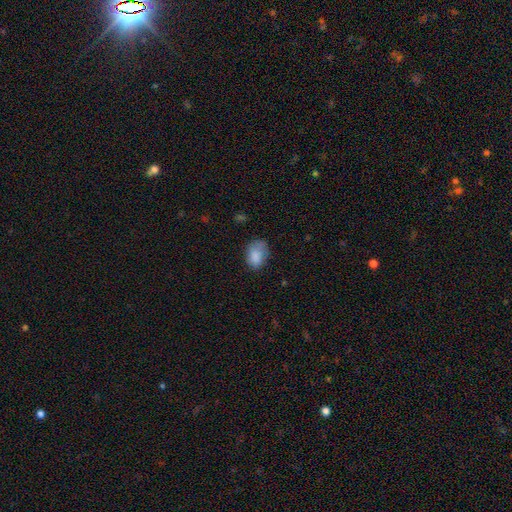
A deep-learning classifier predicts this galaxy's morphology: A smooth galaxy with no disk features (83%) that is in between round and cigar-shaped (79%). Merging: none (58%).